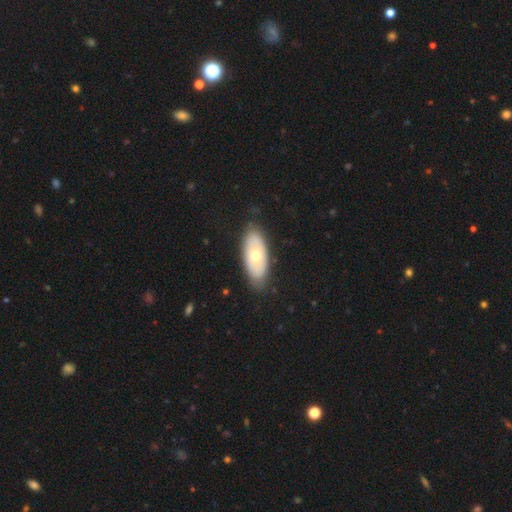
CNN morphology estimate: This is possibly a smooth galaxy (53%). How rounded: clearly in between (89%). Merging: clearly none (82%).